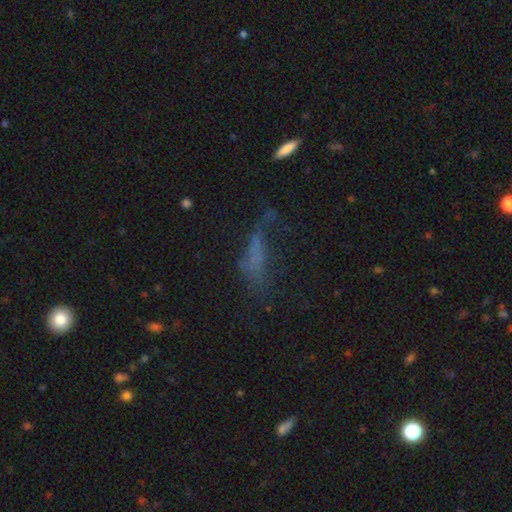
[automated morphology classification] Smooth or featured? smooth (48%)
Merging? none (36%)